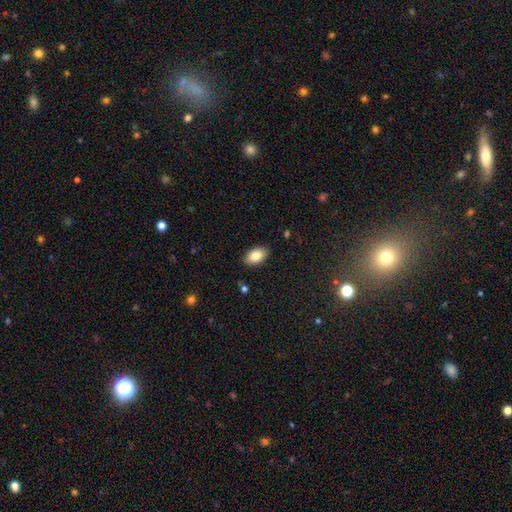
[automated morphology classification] This appears to be a smooth galaxy with no disk features (84%) that is in between round and cigar-shaped (93%). Merging: none (87%).